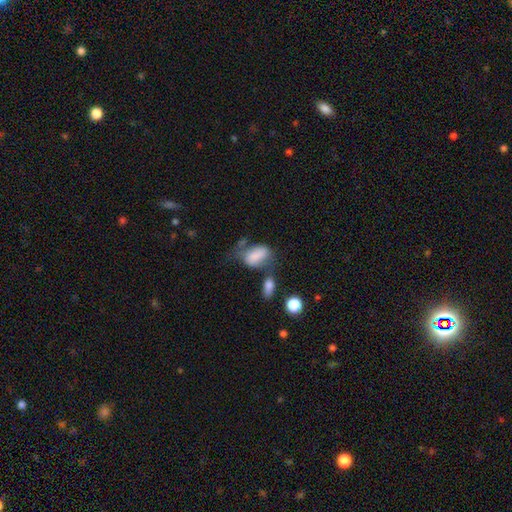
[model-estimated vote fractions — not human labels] Smooth or featured? smooth (77%)
How rounded? in between (88%)
Merging? none (29%)